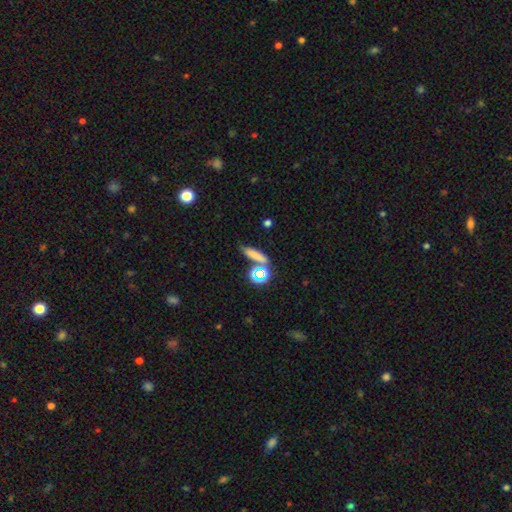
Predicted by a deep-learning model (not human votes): Morphology: type=smooth (68%); roundness=cigar-shaped (60%); merging=none (69%).